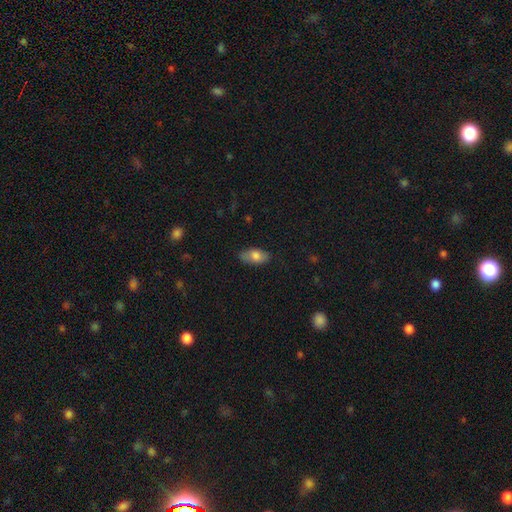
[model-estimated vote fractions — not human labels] Q: Smooth or featured?
A: smooth (77%); runner-up: featured or disk (16%)
Q: How rounded?
A: in between (90%); runner-up: cigar-shaped (6%)
Q: Merging?
A: none (78%); runner-up: minor disturbance (17%)